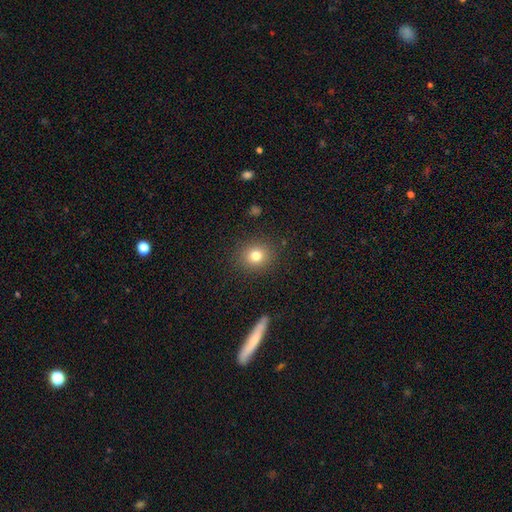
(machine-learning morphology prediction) Smooth or featured?
  - smooth: 79% *
  - star or artifact: 13%
  - featured or disk: 8%
How rounded?
  - round: 83% *
  - in between: 16%
  - cigar-shaped: 1%
Merging?
  - none: 89% *
  - minor disturbance: 7%
  - major disturbance: 3%
  - merger: 1%